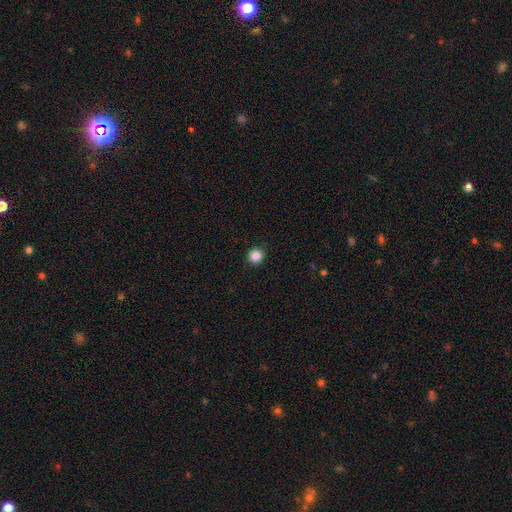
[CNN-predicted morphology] This appears to be a smooth galaxy with no disk features (86%) that is round (95%). Merging: none (92%).